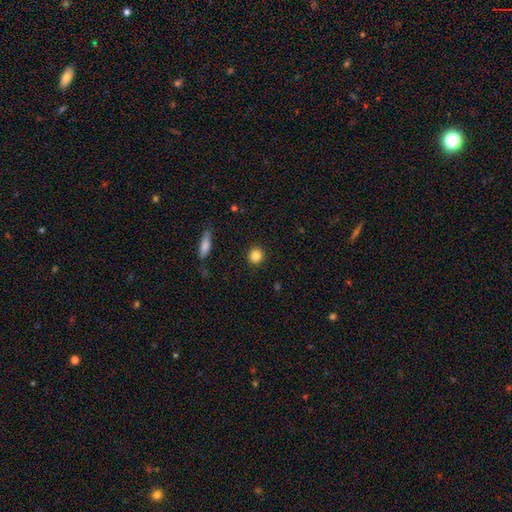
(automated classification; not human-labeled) A smooth galaxy with no disk features (85%) that is round (91%).

Vote fractions:
- Smooth or featured? smooth: 85% / star or artifact: 10% / featured or disk: 5%
- How rounded? round: 91% / in between: 8% / cigar-shaped: 1%
- Merging? none: 91% / minor disturbance: 5% / major disturbance: 2% / merger: 1%